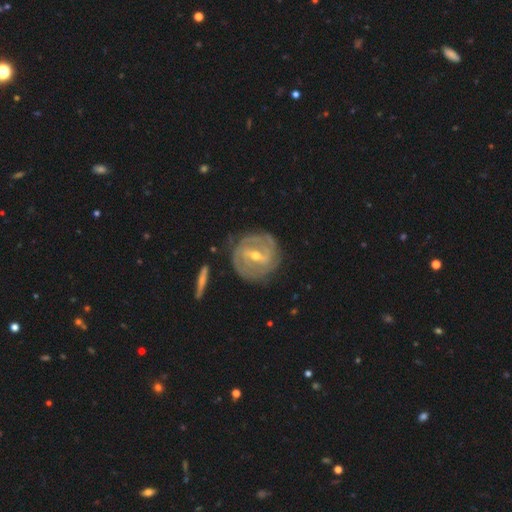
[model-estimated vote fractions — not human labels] Overall: featured or disk (87%). Edge-on disk: no (95%). Bar: strong (49%; weak 41%). Spiral arms: yes (93%). Spiral arm count: 2 (45%; can't tell 23%). Spiral winding: tight (67%). Bulge size: moderate (54%; small 43%). Merging: none (79%).